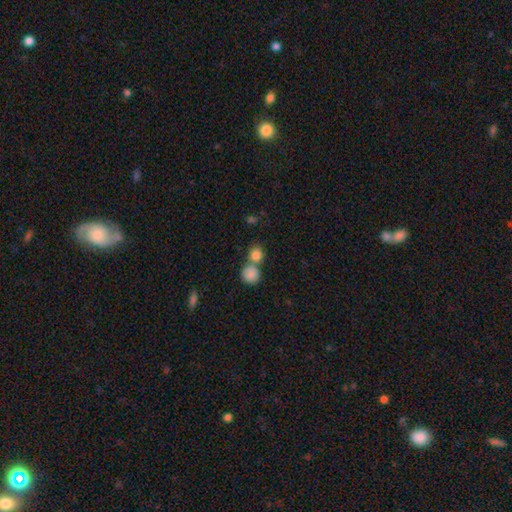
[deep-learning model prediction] Q: Smooth or featured?
A: smooth (84%); runner-up: star or artifact (9%)
Q: How rounded?
A: round (82%); runner-up: in between (17%)
Q: Merging?
A: merger (46%); runner-up: none (44%)